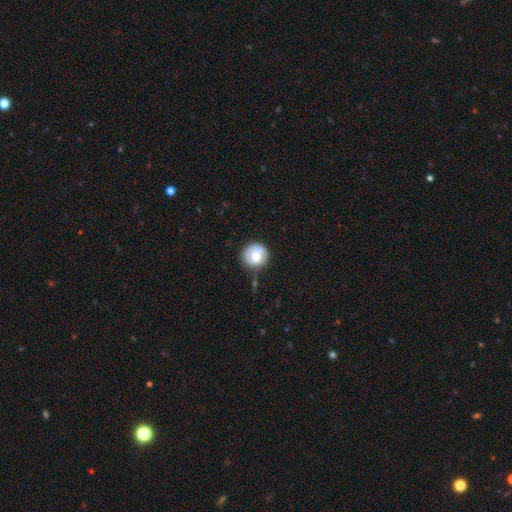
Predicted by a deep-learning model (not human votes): Q: Smooth or featured?
A: smooth (67%); runner-up: featured or disk (26%)
Q: How rounded?
A: round (91%); runner-up: in between (8%)
Q: Merging?
A: none (67%); runner-up: minor disturbance (21%)